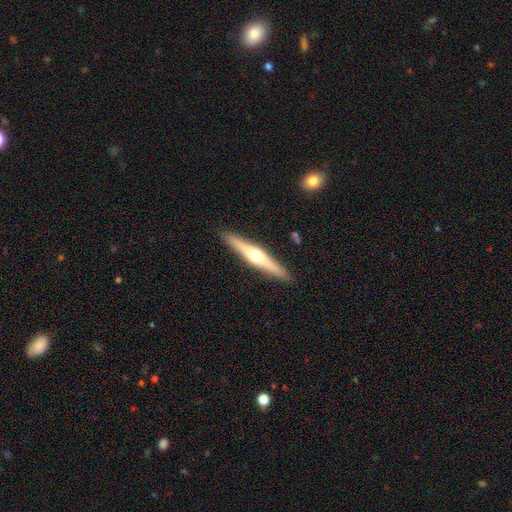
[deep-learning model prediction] Smooth or featured: featured or disk — 69% (smooth — 26%)
Edge-on disk: yes — 97% (no — 3%)
Edge-on bulge: rounded — 94% (none — 3%)
Merging: none — 91% (minor disturbance — 6%)